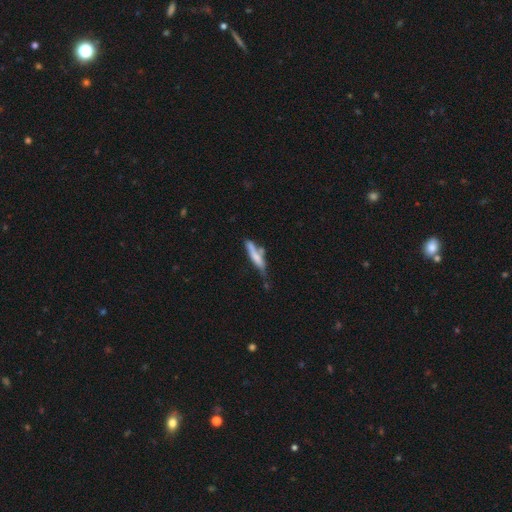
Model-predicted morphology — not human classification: Smooth or featured: smooth — 60% (featured or disk — 33%)
How rounded: cigar-shaped — 83% (in between — 16%)
Merging: none — 42% (minor disturbance — 25%)